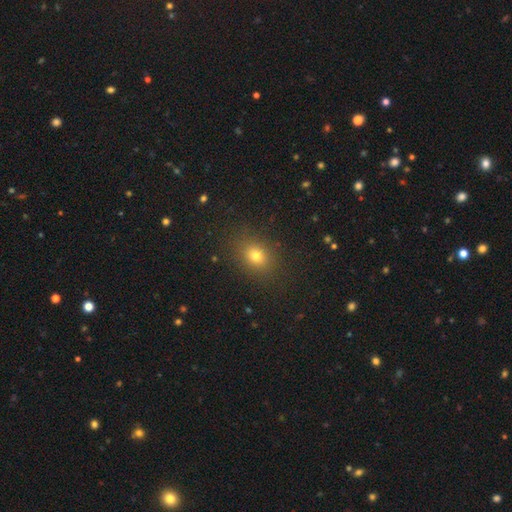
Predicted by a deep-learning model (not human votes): smooth-or-featured: smooth: 77% | star or artifact: 15% | featured or disk: 8%
  how-rounded: in between: 56% | round: 43% | cigar-shaped: 1%
  merging: none: 87% | minor disturbance: 9% | major disturbance: 3% | merger: 1%